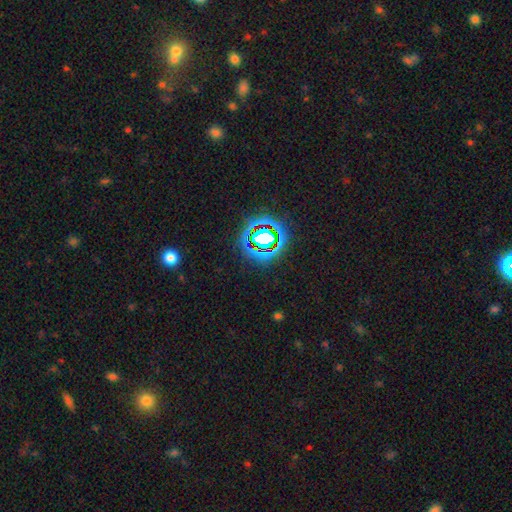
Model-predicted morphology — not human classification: Overall: star or artifact (73%).